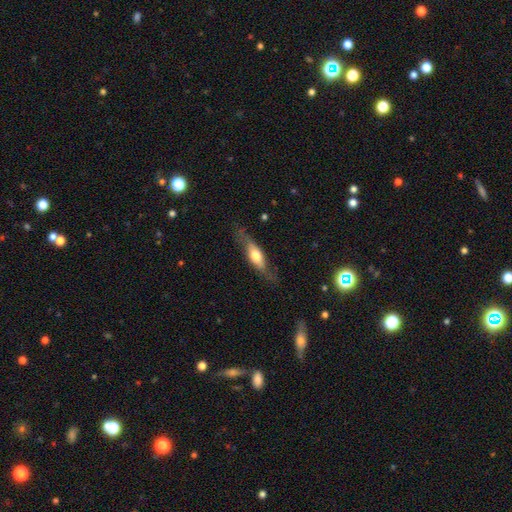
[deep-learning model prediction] Q: Smooth or featured?
A: smooth (47%); tied with: featured or disk (47%)
Q: Merging?
A: none (71%); runner-up: minor disturbance (20%)